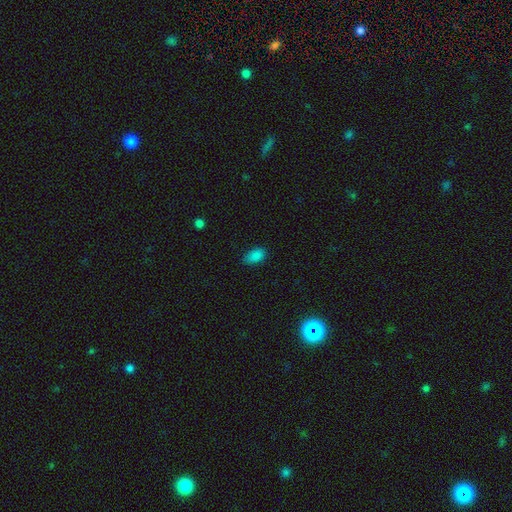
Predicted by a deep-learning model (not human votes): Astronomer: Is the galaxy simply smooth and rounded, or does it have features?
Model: smooth — 85%.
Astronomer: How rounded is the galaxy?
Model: in between — 92%.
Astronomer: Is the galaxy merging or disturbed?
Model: none — 80%.